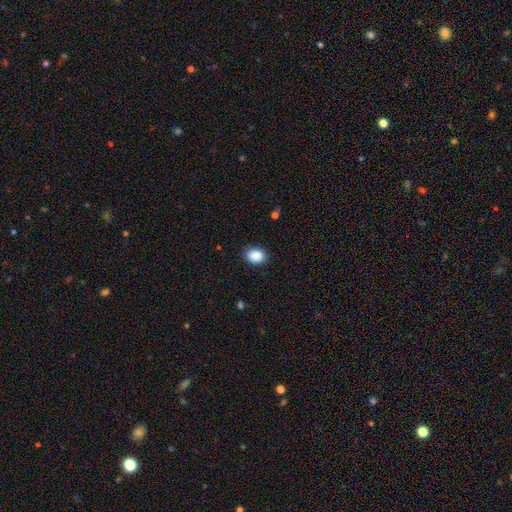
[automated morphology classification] This appears to be a smooth galaxy with no disk features (88%) that is in between round and cigar-shaped (61%). Merging: none (86%).